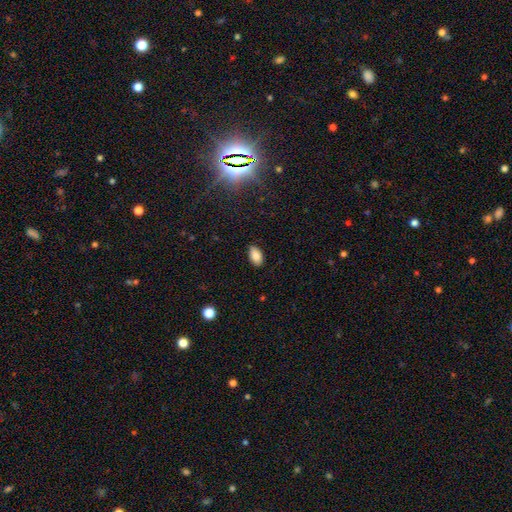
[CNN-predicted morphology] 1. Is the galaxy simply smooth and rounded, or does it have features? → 86% smooth, 8% star or artifact, 6% featured or disk.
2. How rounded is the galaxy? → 93% in between, 5% round, 2% cigar-shaped.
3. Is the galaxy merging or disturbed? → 85% none, 12% minor disturbance, 2% major disturbance, 1% merger.